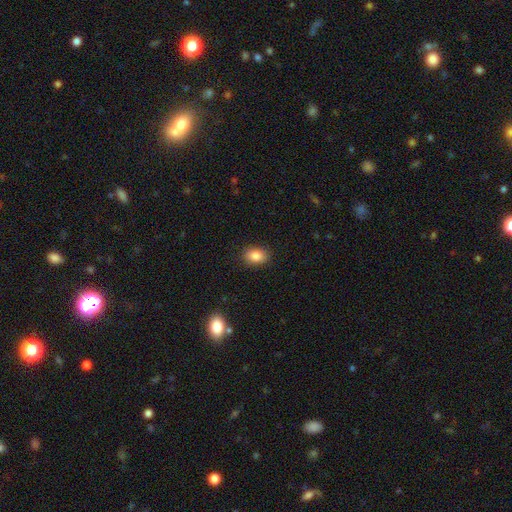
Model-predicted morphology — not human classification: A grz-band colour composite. It shows a smooth galaxy with no disk features (85%) that is in between round and cigar-shaped (75%). Merging: none (88%).